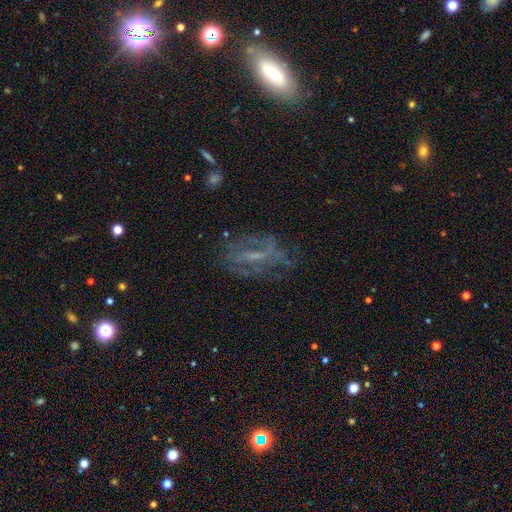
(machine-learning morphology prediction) Q: Smooth or featured?
A: featured or disk (60%); runner-up: smooth (20%)
Q: Edge-on disk?
A: no (88%); runner-up: yes (12%)
Q: Bar?
A: weak (40%); runner-up: strong (31%)
Q: Spiral arms?
A: yes (58%); runner-up: no (42%)
Q: Bulge size?
A: none (40%); runner-up: small (38%)
Q: Merging?
A: none (57%); runner-up: minor disturbance (20%)